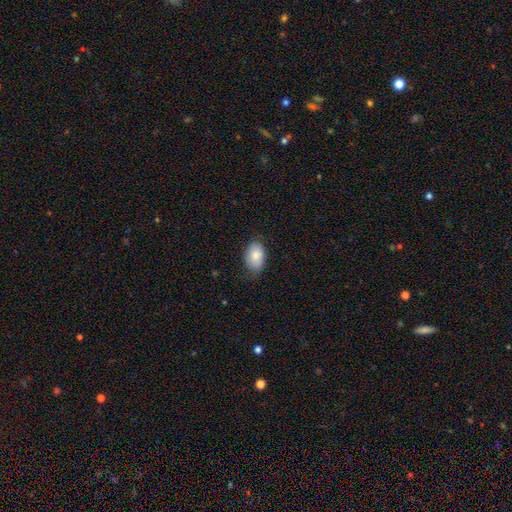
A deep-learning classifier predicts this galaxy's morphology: Overall: smooth (82%). How rounded: in between (88%). Merging: none (73%).